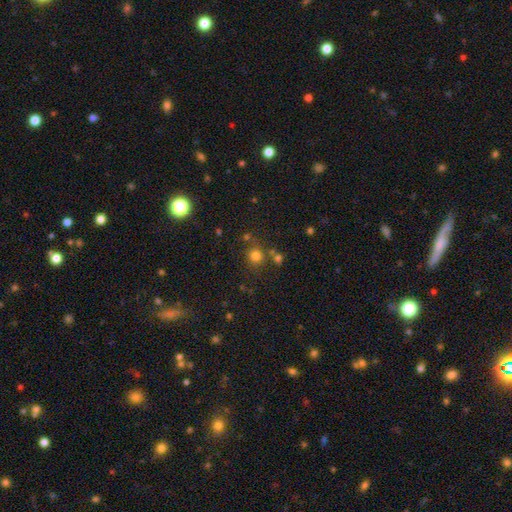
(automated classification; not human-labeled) Smooth or featured: smooth — 75% (star or artifact — 17%)
How rounded: round — 87% (in between — 12%)
Merging: none — 71% (merger — 13%)